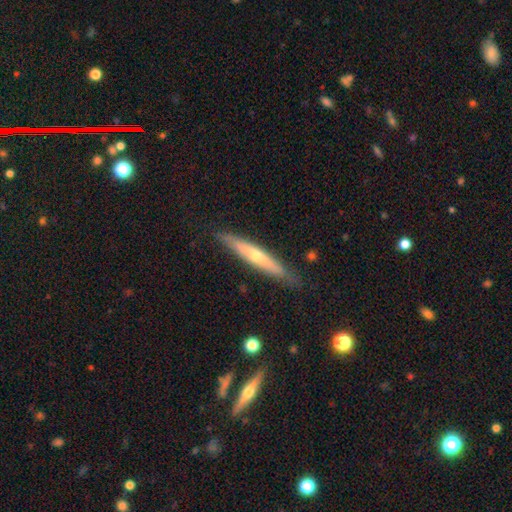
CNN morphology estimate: Overall: featured or disk (57%; smooth 37%). Edge-on disk: yes (89%). Edge-on bulge: rounded (73%). Merging: none (85%).